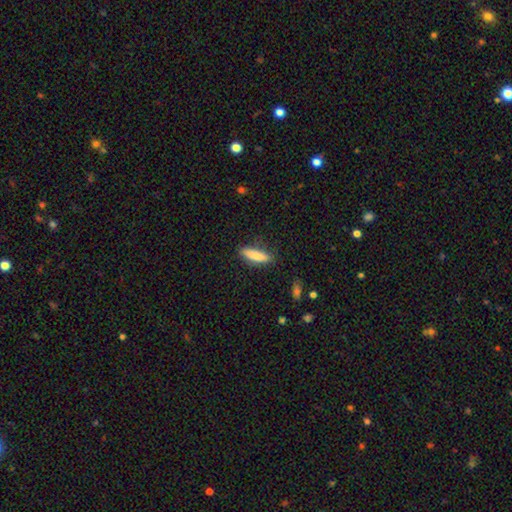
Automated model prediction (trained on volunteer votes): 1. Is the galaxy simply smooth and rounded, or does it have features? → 82% smooth, 12% featured or disk, 6% star or artifact.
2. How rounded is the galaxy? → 66% cigar-shaped, 32% in between, 2% round.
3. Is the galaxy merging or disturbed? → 82% none, 13% minor disturbance, 3% major disturbance, 1% merger.